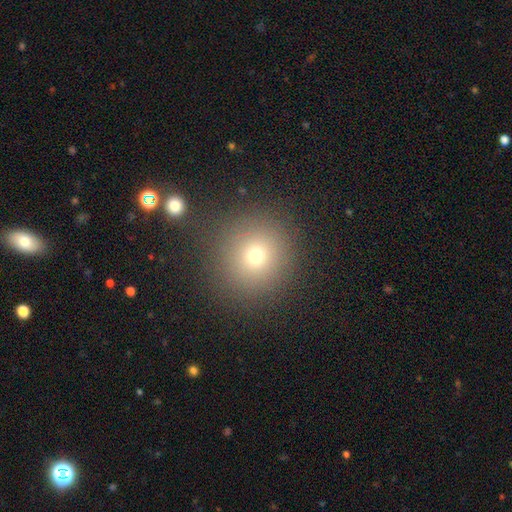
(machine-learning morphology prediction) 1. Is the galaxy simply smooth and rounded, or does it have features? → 71% smooth, 19% star or artifact, 10% featured or disk.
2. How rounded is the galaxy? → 93% round, 6% in between, 1% cigar-shaped.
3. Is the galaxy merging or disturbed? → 86% none, 7% minor disturbance, 4% major disturbance, 3% merger.